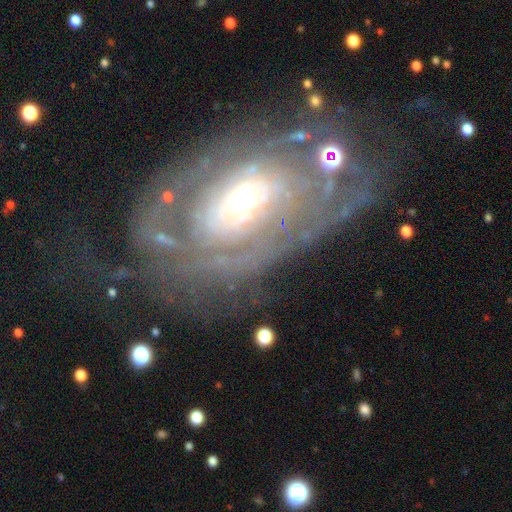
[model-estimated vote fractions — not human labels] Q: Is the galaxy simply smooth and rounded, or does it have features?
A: featured or disk — 79%.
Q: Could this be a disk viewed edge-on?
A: no — 94%.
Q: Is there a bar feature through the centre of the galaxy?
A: no — 66%.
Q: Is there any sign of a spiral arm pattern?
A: yes — 73%.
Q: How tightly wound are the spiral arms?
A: tight — 66%.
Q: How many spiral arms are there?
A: can't tell — 54%.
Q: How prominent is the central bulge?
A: small — 52%.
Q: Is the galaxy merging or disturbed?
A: none — 57%.